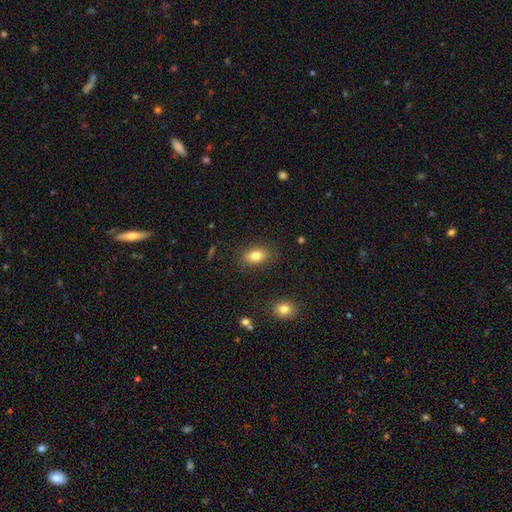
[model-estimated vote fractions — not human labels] This is clearly a smooth galaxy (81%). How rounded: clearly in between (86%). Merging: clearly none (84%).